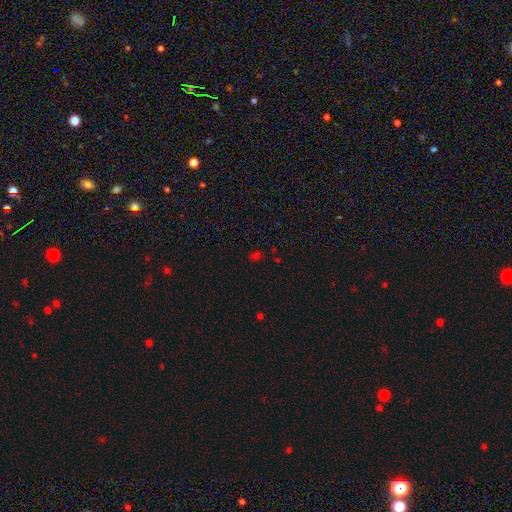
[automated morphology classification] The model was most divided on "smooth or featured": smooth: 52%, star or artifact: 41%, featured or disk: 6%. More confident: merging — none (76%); how rounded — in between (63%).